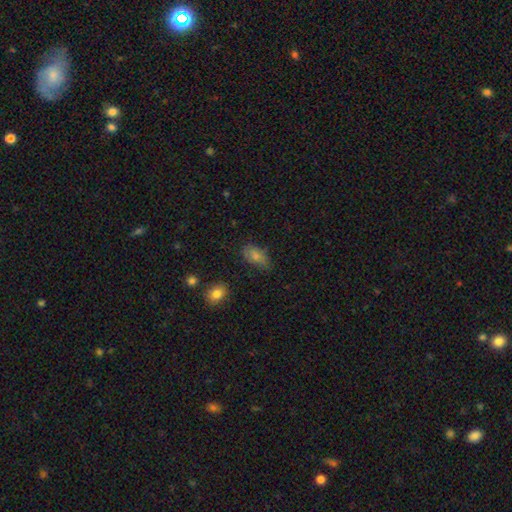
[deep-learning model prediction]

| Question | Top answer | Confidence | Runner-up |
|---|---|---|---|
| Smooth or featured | smooth | 73% | featured or disk (14%) |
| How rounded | in between | 89% | round (7%) |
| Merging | none | 71% | minor disturbance (22%) |